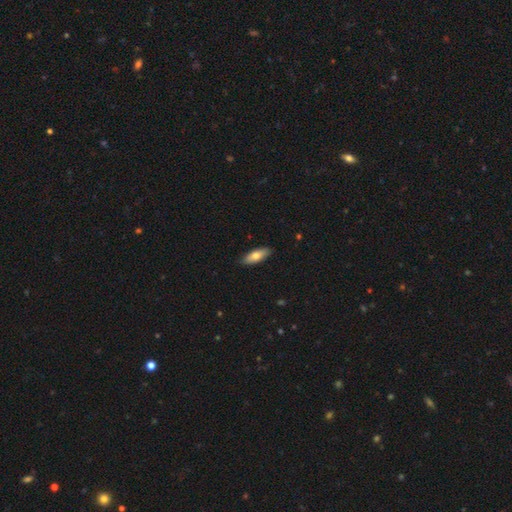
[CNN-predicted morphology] This appears to be a smooth galaxy with no disk features (74%) that is in between round and cigar-shaped (70%). Merging: none (88%).